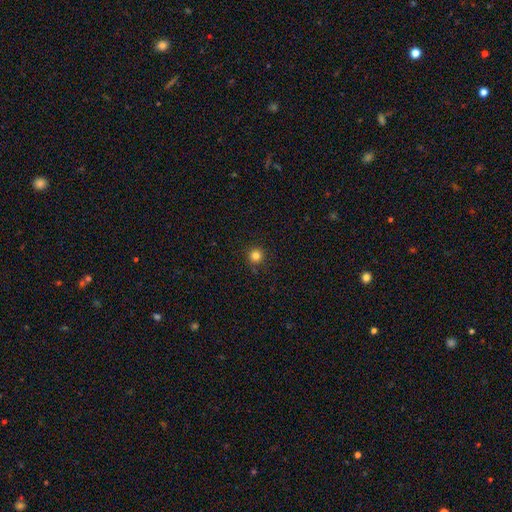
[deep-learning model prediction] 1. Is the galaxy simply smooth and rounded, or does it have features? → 82% smooth, 13% star or artifact, 4% featured or disk.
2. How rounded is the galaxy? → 95% round, 4% in between, 1% cigar-shaped.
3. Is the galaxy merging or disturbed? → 91% none, 6% minor disturbance, 2% major disturbance, 1% merger.